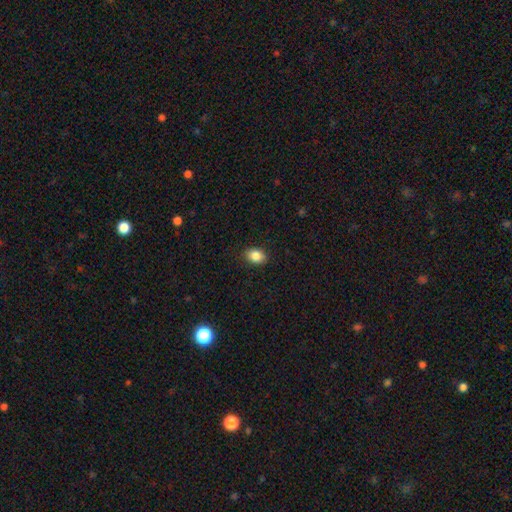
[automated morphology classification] Q: Smooth or featured?
A: smooth (86%); runner-up: star or artifact (9%)
Q: How rounded?
A: in between (70%); runner-up: round (29%)
Q: Merging?
A: none (88%); runner-up: minor disturbance (9%)